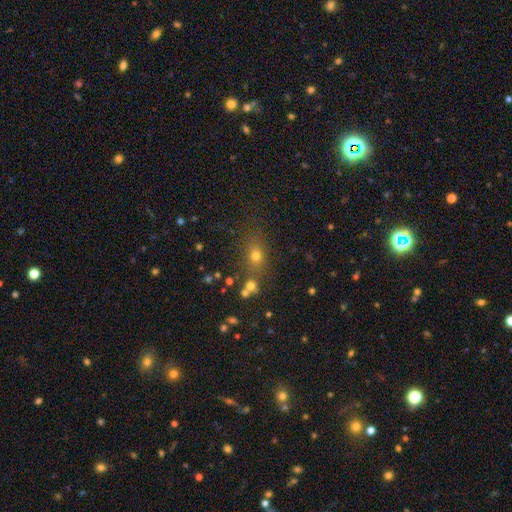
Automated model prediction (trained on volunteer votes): smooth-or-featured: smooth: 67% | star or artifact: 22% | featured or disk: 11%
  how-rounded: round: 53% | in between: 43% | cigar-shaped: 4%
  merging: none: 67% | merger: 14% | minor disturbance: 13% | major disturbance: 6%